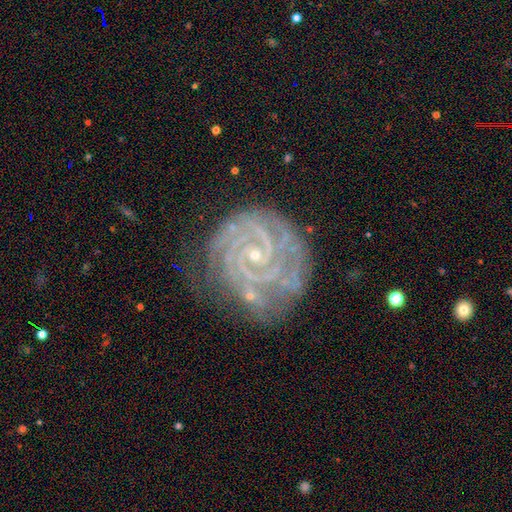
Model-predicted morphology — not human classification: Smooth or featured? featured or disk (89%)
Edge-on disk? no (98%)
Bar? no (59%)
Spiral arms? yes (98%)
Spiral winding? tight (82%)
Spiral arm count? 2 (34%)
Bulge size? small (83%)
Merging? none (67%)